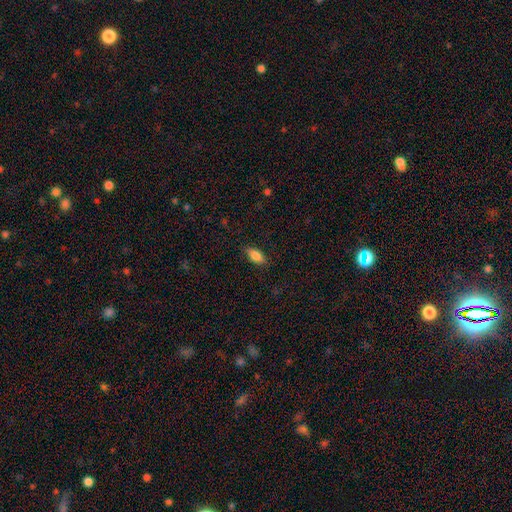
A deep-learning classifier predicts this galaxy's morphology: The model was most divided on "how rounded": in between: 85%, cigar-shaped: 11%, round: 3%. More confident: merging — none (85%); smooth or featured — smooth (84%).